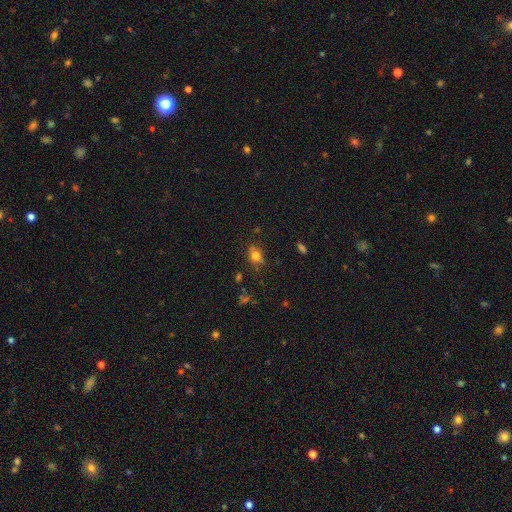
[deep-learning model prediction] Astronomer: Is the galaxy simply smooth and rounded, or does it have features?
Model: smooth — 71%.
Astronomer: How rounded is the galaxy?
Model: in between — 52% (runner-up: round, 45%).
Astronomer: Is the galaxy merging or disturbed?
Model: none — 69%.